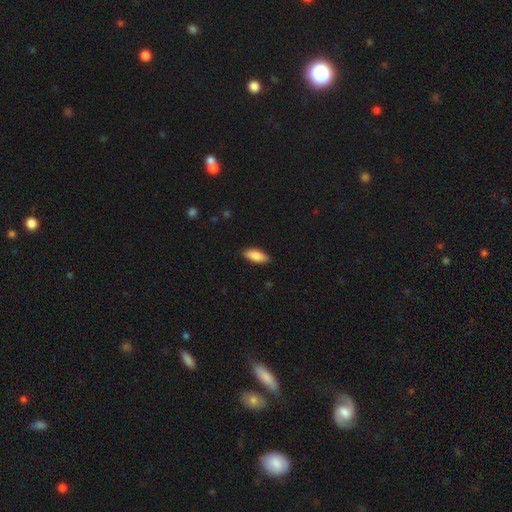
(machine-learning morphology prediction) Smooth or featured? smooth (84%)
How rounded? in between (78%)
Merging? none (88%)